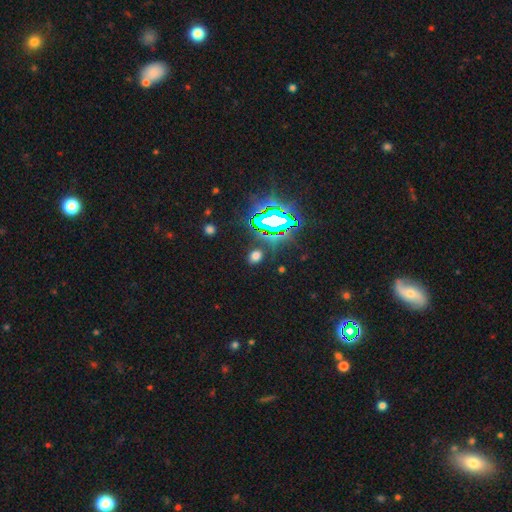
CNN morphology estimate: This is possibly a smooth galaxy (57%). How rounded: possibly round (50%). Merging: clearly none (85%).